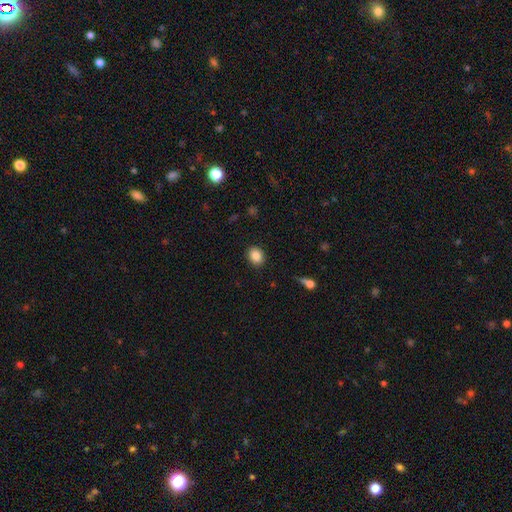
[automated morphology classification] Smooth or featured? smooth (87%)
How rounded? round (52%)
Merging? none (89%)